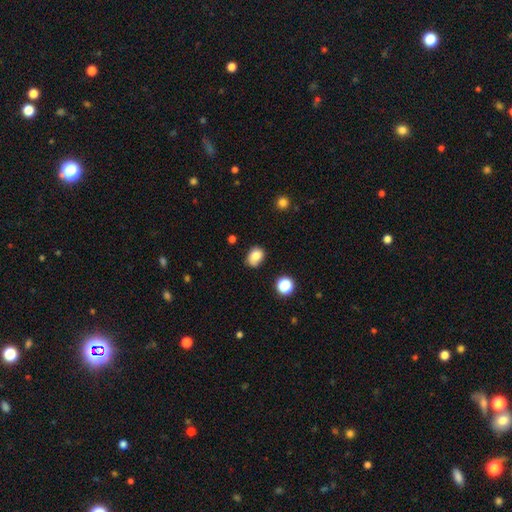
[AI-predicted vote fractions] Morphology: type=smooth (81%); roundness=in between (62%); merging=none (70%).